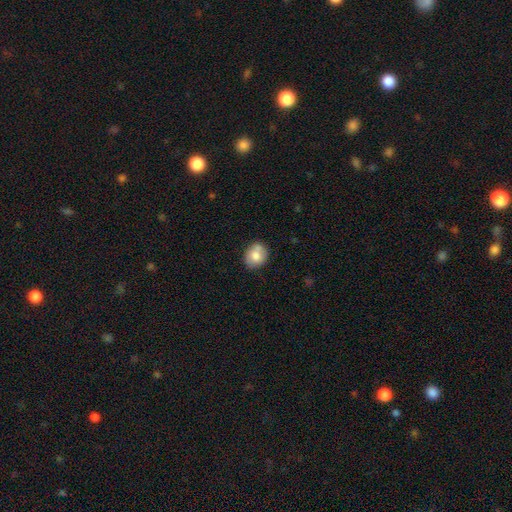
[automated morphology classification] Smooth or featured? Predicted: smooth (p=0.77). How rounded? Predicted: round (p=0.59). Merging? Predicted: none (p=0.69).